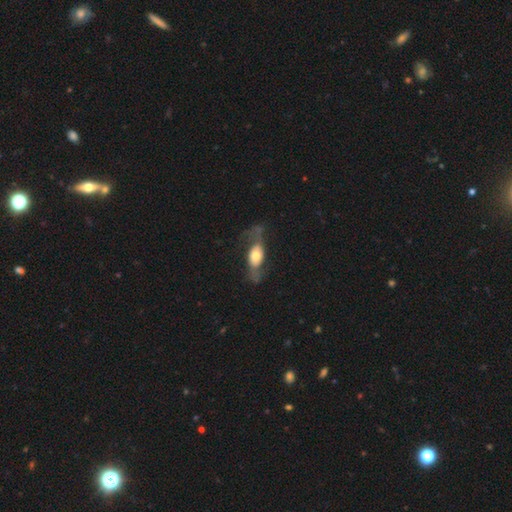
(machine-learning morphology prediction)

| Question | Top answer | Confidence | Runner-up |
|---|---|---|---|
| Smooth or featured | featured or disk | 54% | smooth (40%) |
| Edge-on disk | no | 77% | yes (23%) |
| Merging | none | 49% | major disturbance (27%) |